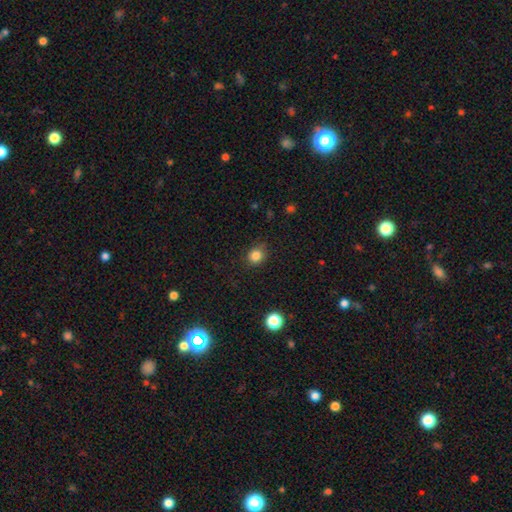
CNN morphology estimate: A smooth galaxy with no disk features (83%) that is round (76%).

Vote fractions:
- Smooth or featured? smooth: 83% / star or artifact: 12% / featured or disk: 5%
- How rounded? round: 76% / in between: 23% / cigar-shaped: 1%
- Merging? none: 82% / minor disturbance: 14% / major disturbance: 3% / merger: 1%